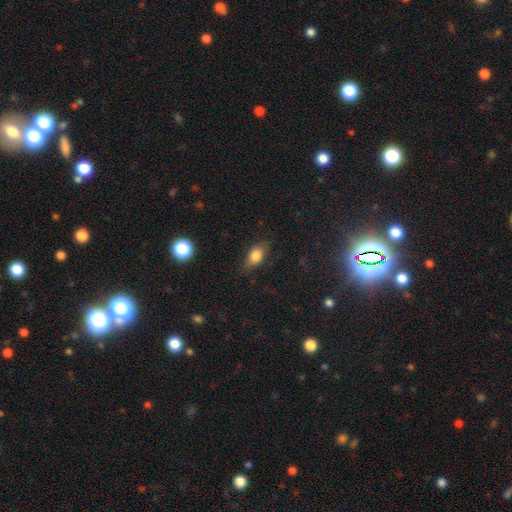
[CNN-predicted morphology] Smooth or featured: smooth — 80% (featured or disk — 10%)
How rounded: in between — 83% (round — 12%)
Merging: none — 75% (minor disturbance — 19%)